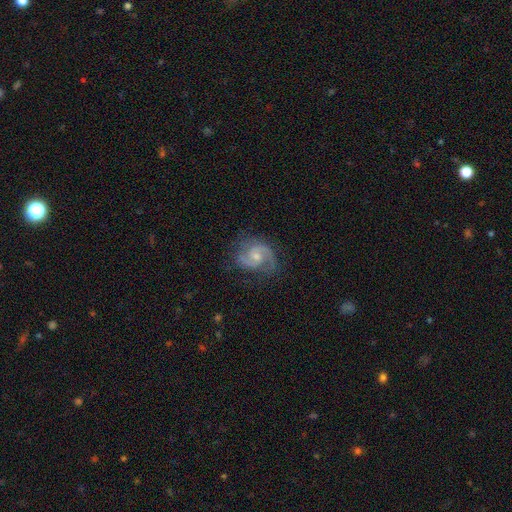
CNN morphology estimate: featured or disk 89%, smooth 7%, star or artifact 5%. Down the decision tree: edge-on disk — no (98%); bar — no (51%); spiral arms — yes (98%); spiral arm count — 2 (91%); spiral winding — medium (60%); bulge size — small (48%); merging — none (74%).